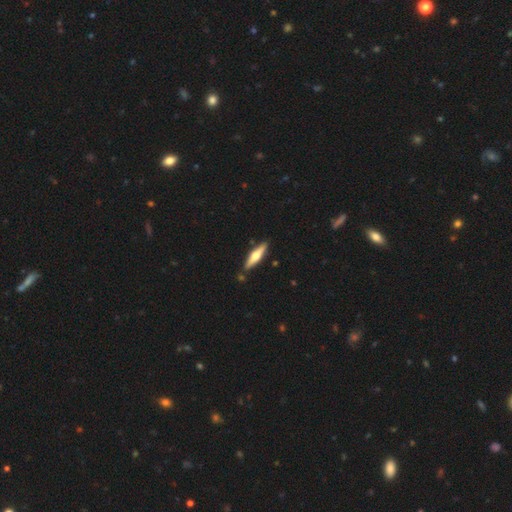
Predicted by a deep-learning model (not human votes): Smooth or featured: featured or disk — 56% (smooth — 39%)
Edge-on disk: yes — 95% (no — 5%)
Edge-on bulge: rounded — 92% (boxy — 5%)
Merging: none — 86% (minor disturbance — 9%)